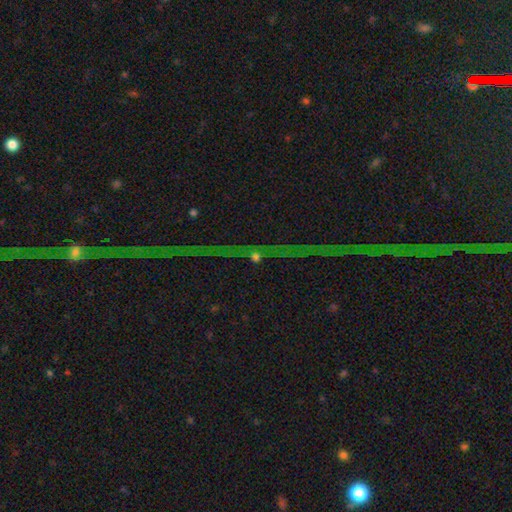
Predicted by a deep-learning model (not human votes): This appears to be a star or artifact, not a galaxy (60%).